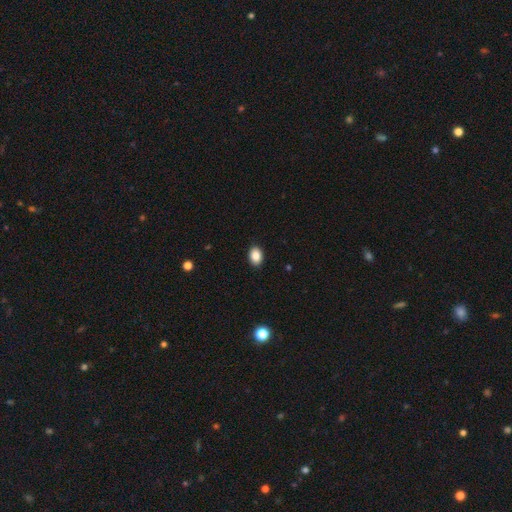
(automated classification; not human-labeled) smooth_or_featured: smooth (p=0.88) [alt: star or artifact p=0.08]
how_rounded: in between (p=0.79) [alt: round p=0.20]
merging: none (p=0.90) [alt: minor disturbance p=0.07]